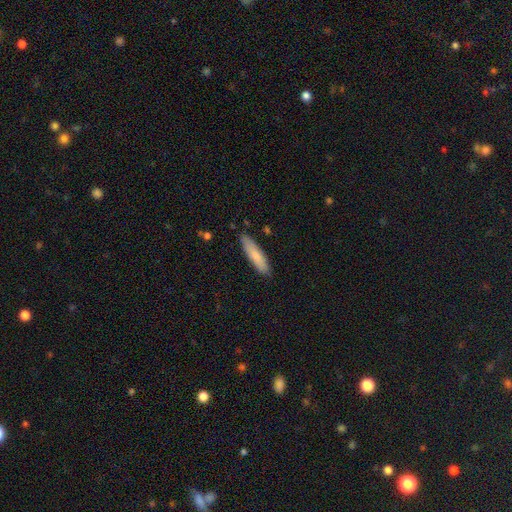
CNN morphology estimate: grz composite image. It shows a smooth galaxy with no disk features (79%) that is cigar-shaped (79%). Merging: none (86%).